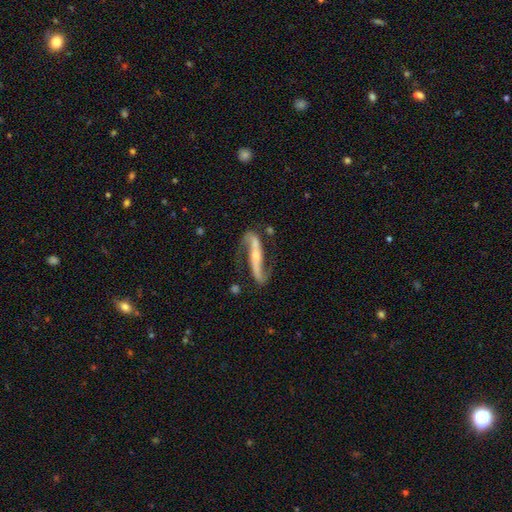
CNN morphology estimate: The model was most divided on "bulge size": small: 59%, moderate: 33%, none: 4%, large: 3%, dominant: 1%. More confident: spiral arms — yes (95%); spiral arm count — 2 (91%); smooth or featured — featured or disk (87%); edge-on disk — no (79%); merging — none (69%); spiral winding — loose (67%); bar — strong (59%).